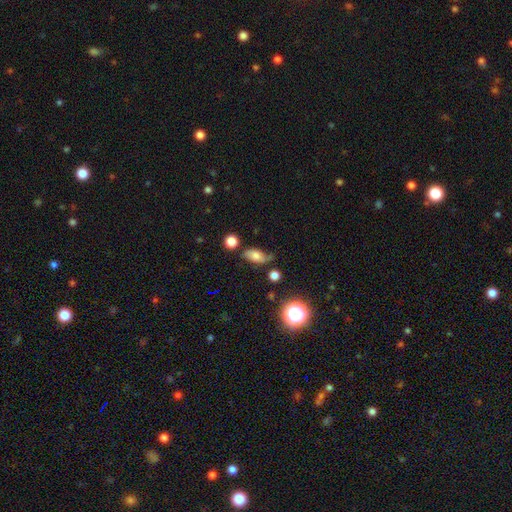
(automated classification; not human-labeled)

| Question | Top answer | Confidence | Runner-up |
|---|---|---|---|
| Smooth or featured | smooth | 59% | featured or disk (29%) |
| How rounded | in between | 82% | round (10%) |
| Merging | none | 52% | minor disturbance (31%) |